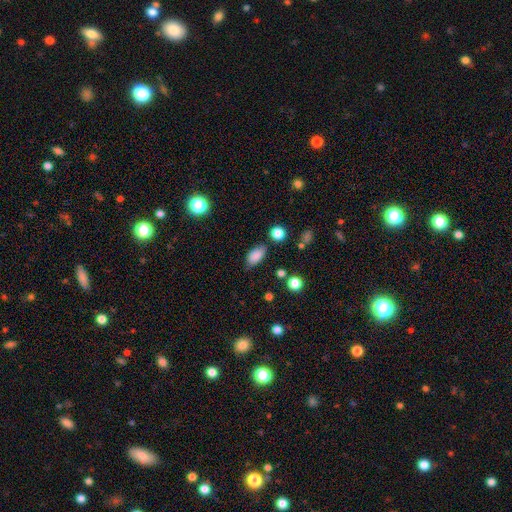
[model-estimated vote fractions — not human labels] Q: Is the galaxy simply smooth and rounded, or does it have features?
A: smooth — 85%.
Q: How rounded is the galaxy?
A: in between — 89%.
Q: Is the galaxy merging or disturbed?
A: none — 76%.